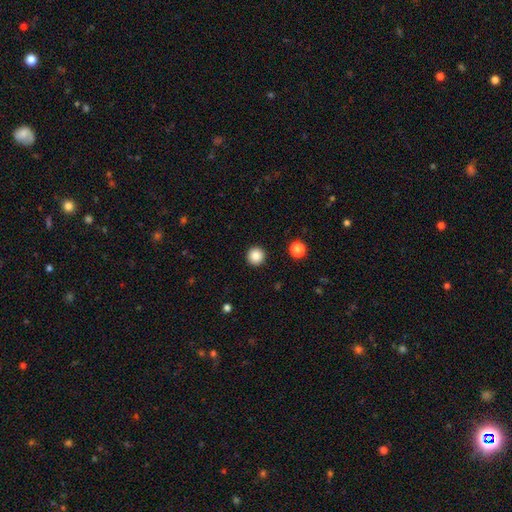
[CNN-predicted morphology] Smooth or featured: smooth — 86% (star or artifact — 10%)
How rounded: round — 96% (in between — 3%)
Merging: none — 93% (minor disturbance — 4%)